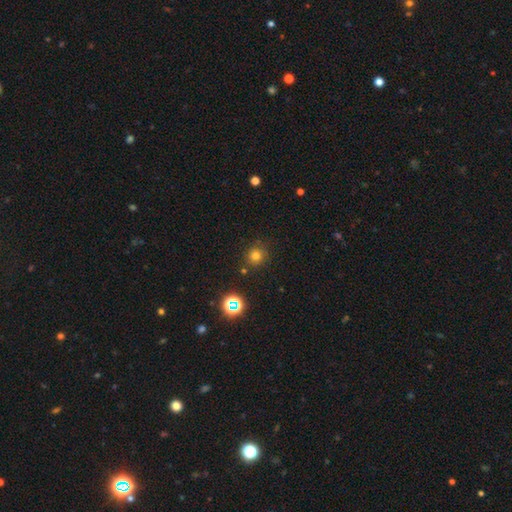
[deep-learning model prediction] This is likely a smooth galaxy (72%). How rounded: clearly round (90%). Merging: clearly none (82%).